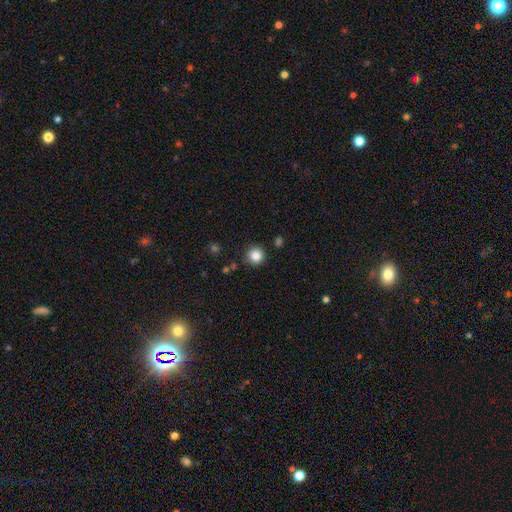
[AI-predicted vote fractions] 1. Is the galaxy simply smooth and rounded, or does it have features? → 83% smooth, 11% star or artifact, 5% featured or disk.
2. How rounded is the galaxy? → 95% round, 4% in between, 1% cigar-shaped.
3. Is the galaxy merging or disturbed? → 89% none, 7% minor disturbance, 2% merger, 2% major disturbance.